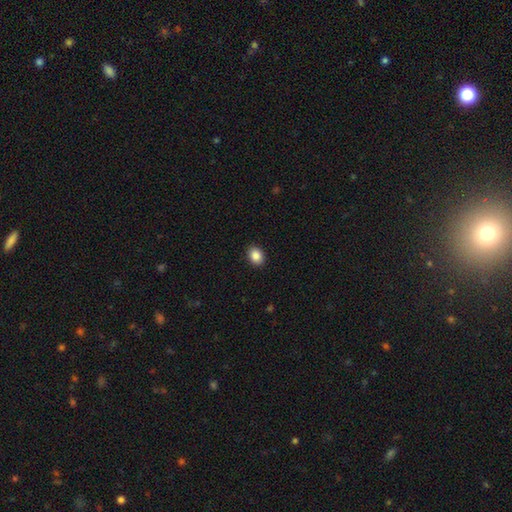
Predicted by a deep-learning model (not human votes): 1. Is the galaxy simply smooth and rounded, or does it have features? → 88% smooth, 8% star or artifact, 4% featured or disk.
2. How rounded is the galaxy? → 62% in between, 37% round, 1% cigar-shaped.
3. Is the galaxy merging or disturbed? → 91% none, 7% minor disturbance, 2% major disturbance, 1% merger.